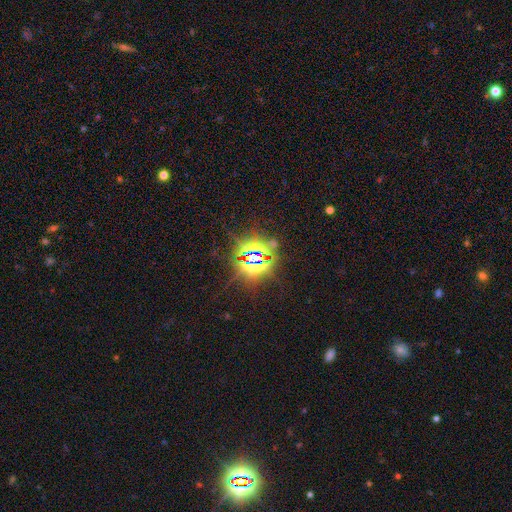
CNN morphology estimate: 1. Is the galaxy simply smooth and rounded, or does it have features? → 84% star or artifact, 9% smooth, 7% featured or disk.